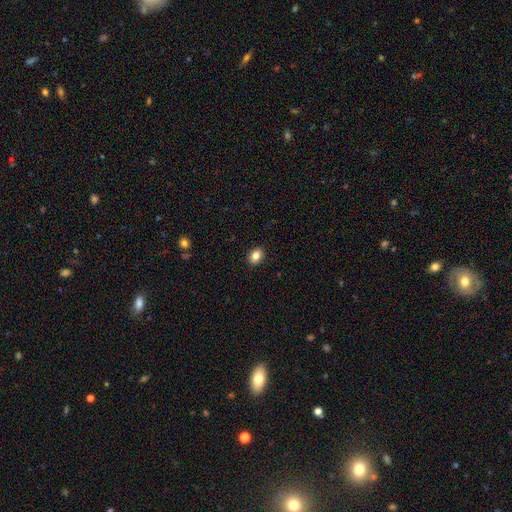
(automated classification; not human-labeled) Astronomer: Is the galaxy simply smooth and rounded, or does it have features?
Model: smooth — 85%.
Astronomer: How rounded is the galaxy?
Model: in between — 62% (runner-up: round, 37%).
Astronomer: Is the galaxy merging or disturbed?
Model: none — 90%.